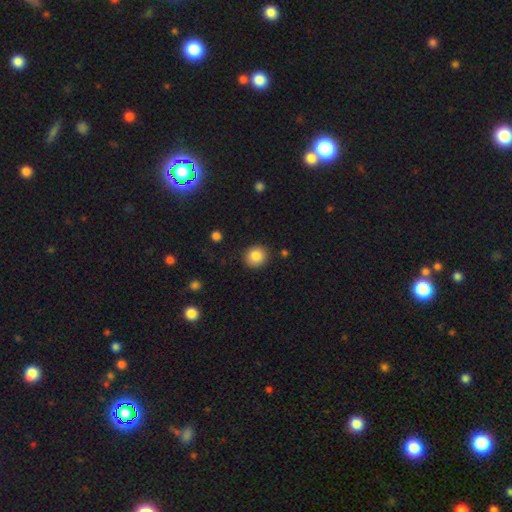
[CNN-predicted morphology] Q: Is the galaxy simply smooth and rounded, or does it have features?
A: smooth — 84%.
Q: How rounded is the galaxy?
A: round — 84%.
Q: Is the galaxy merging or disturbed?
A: none — 89%.